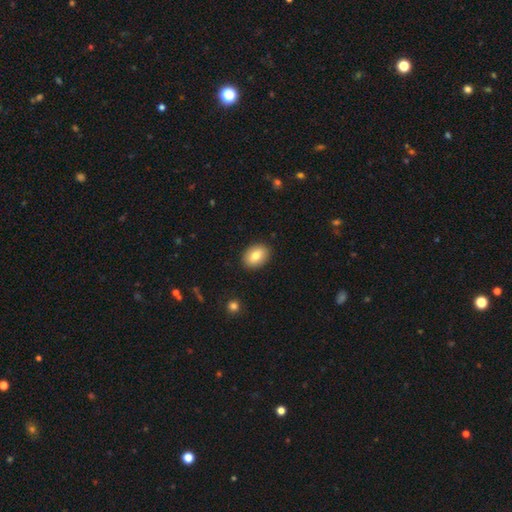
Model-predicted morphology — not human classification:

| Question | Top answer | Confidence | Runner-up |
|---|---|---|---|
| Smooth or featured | smooth | 80% | featured or disk (12%) |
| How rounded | in between | 74% | round (25%) |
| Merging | none | 90% | minor disturbance (7%) |